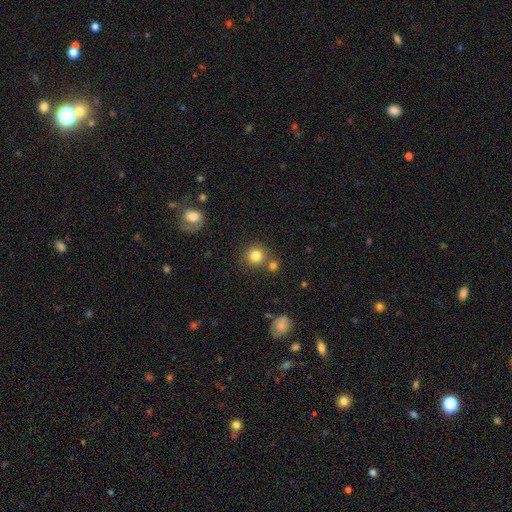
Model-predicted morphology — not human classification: This is clearly a smooth galaxy (81%). How rounded: clearly round (90%). Merging: likely none (74%).